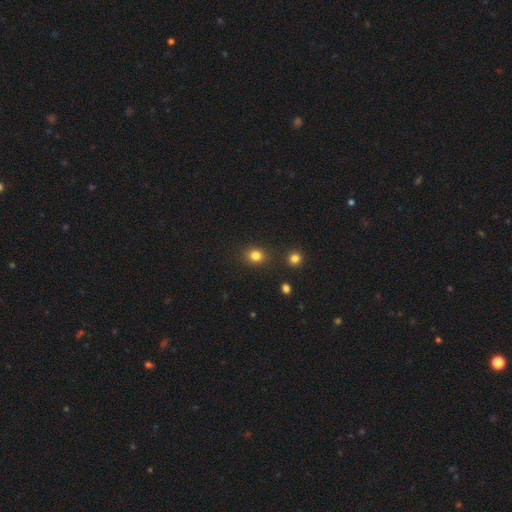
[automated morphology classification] Smooth or featured? smooth (82%)
How rounded? round (72%)
Merging? none (86%)